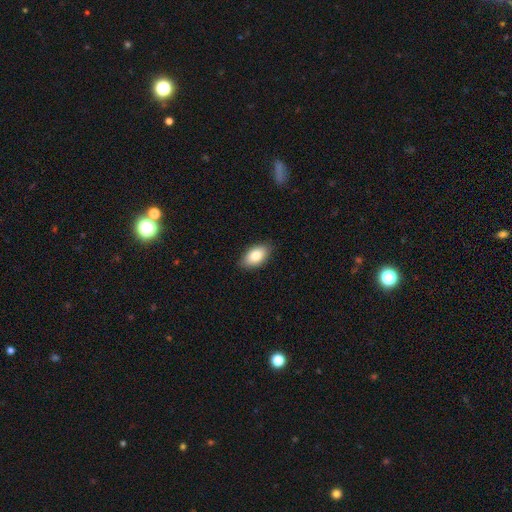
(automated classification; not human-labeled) A smooth galaxy with no disk features (81%) that is in between round and cigar-shaped (92%). Merging: none (86%).